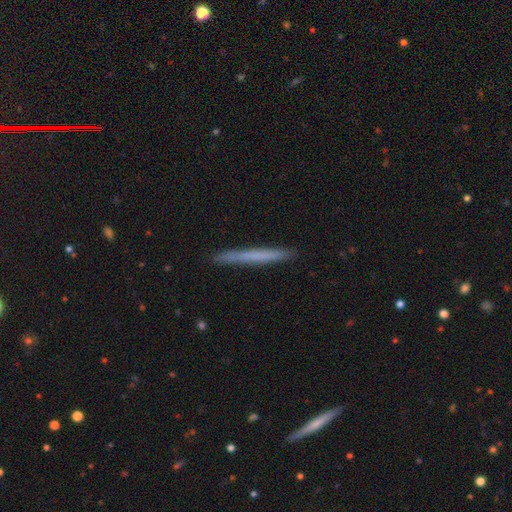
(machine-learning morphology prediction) Q: Smooth or featured?
A: smooth (60%); runner-up: featured or disk (34%)
Q: How rounded?
A: cigar-shaped (97%); runner-up: in between (2%)
Q: Merging?
A: none (91%); runner-up: minor disturbance (7%)